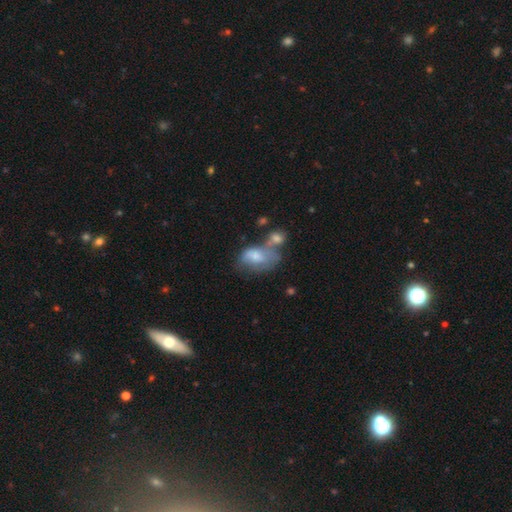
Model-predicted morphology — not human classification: Smooth or featured: smooth — 52% (featured or disk — 36%)
How rounded: in between — 84% (round — 14%)
Merging: merger — 36% (none — 29%)